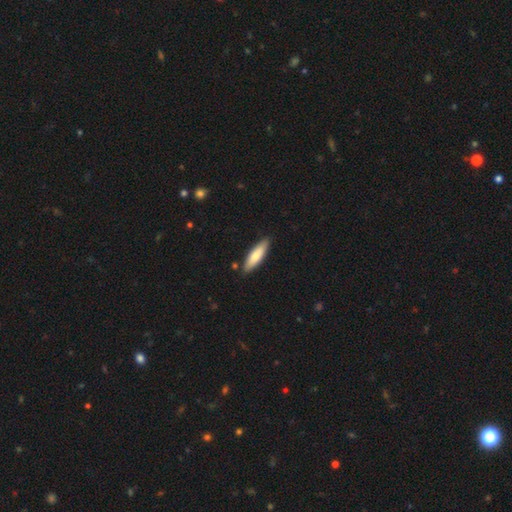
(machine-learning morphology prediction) Q: Smooth or featured?
A: smooth (76%); runner-up: featured or disk (19%)
Q: How rounded?
A: cigar-shaped (63%); runner-up: in between (35%)
Q: Merging?
A: none (86%); runner-up: minor disturbance (10%)